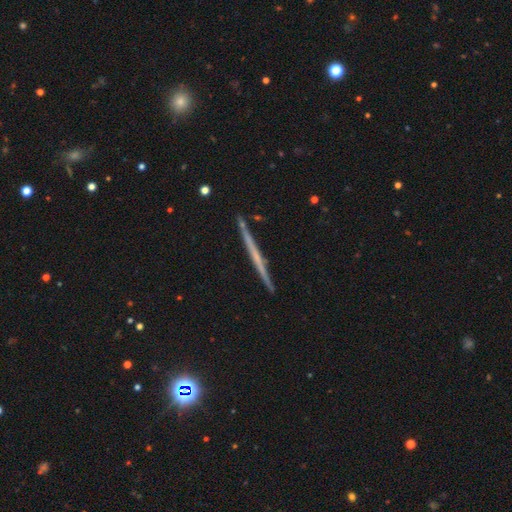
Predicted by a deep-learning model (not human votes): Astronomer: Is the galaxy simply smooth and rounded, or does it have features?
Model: featured or disk — 65%.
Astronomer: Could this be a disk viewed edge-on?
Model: yes — 98%.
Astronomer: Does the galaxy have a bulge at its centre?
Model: none — 84%.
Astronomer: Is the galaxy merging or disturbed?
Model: none — 91%.